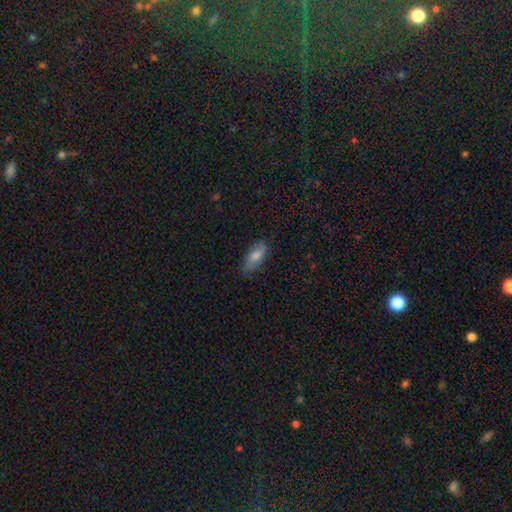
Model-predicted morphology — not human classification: smooth 71%, featured or disk 22%, star or artifact 8%. Down the decision tree: how rounded — in between (68%); merging — none (77%).